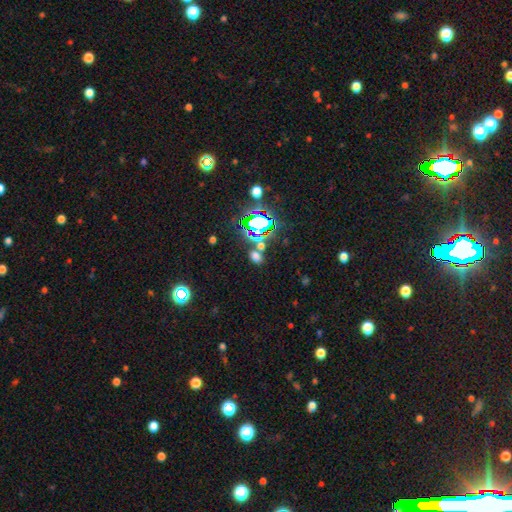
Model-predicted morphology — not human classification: This is possibly a smooth galaxy (55%). How rounded: possibly in between (57%). Merging: likely none (71%).